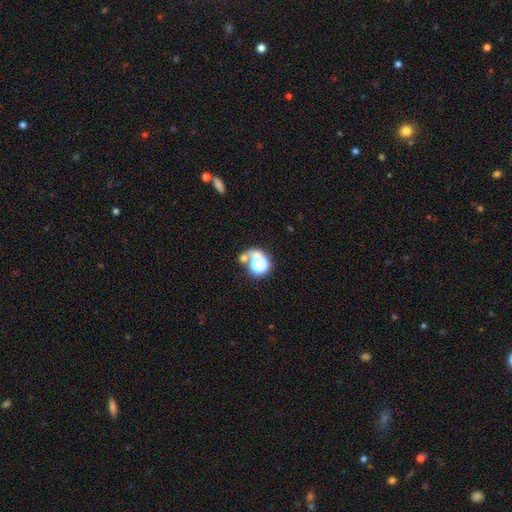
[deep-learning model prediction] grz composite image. It shows a smooth galaxy with no disk features (50%) that is round (69%). Merging: none (44%).